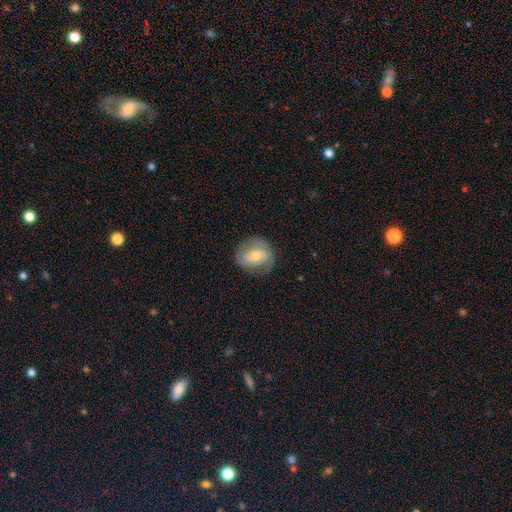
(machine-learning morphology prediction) type=featured or disk (64%); edge-on=no (97%); bar=no (48%); spiral arms=yes (86%); winding=medium (42%); arm count=2 (70%); bulge=moderate (54%); merging=none (73%).